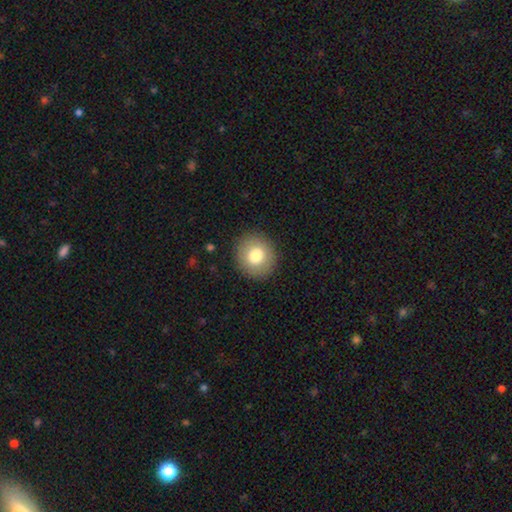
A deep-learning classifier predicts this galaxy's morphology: Overall: smooth (78%). How rounded: round (88%). Merging: none (90%).